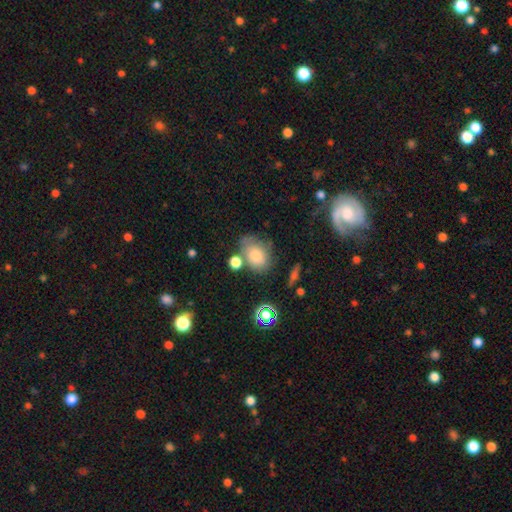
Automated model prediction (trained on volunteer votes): Q: Smooth or featured?
A: smooth (75%); runner-up: featured or disk (14%)
Q: How rounded?
A: in between (65%); runner-up: round (34%)
Q: Merging?
A: none (52%); runner-up: minor disturbance (22%)